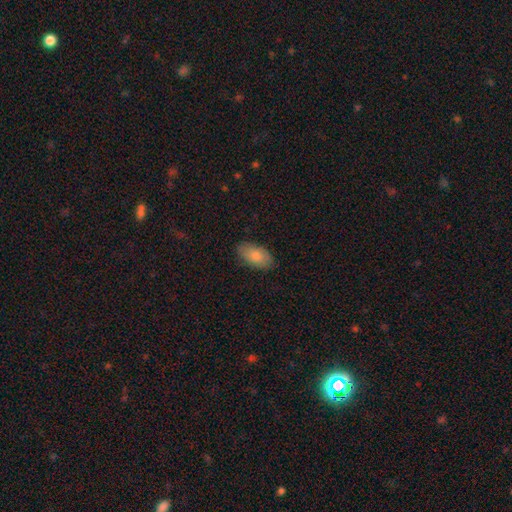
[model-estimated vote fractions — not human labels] Smooth or featured: smooth — 82% (featured or disk — 12%)
How rounded: in between — 94% (round — 4%)
Merging: none — 83% (minor disturbance — 13%)